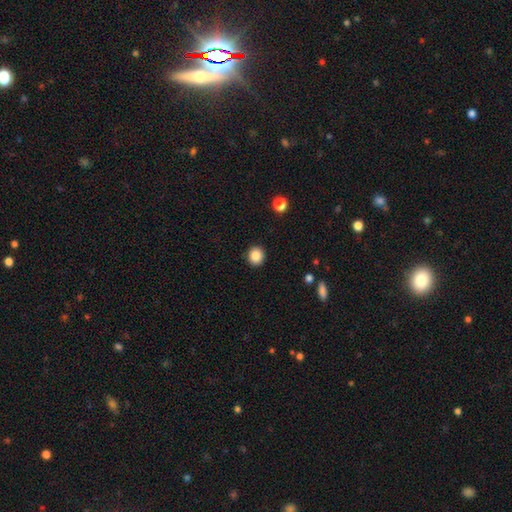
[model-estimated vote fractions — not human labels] A smooth galaxy with no disk features (86%) that is round (85%). Merging: none (92%).